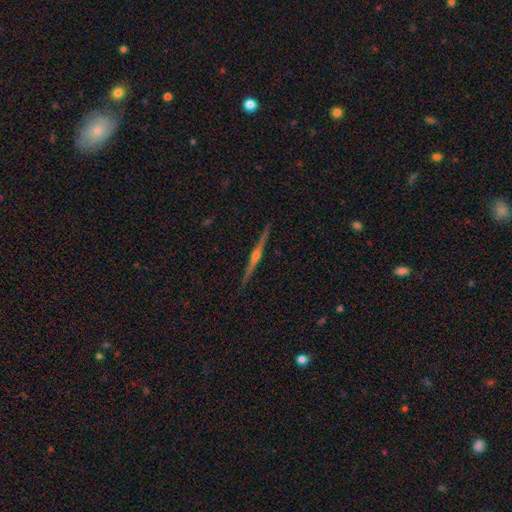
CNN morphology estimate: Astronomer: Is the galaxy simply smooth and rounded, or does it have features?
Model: featured or disk — 87%.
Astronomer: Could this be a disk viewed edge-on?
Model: yes — 99%.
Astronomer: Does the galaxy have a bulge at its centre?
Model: rounded — 91%.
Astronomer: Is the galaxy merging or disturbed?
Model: none — 93%.